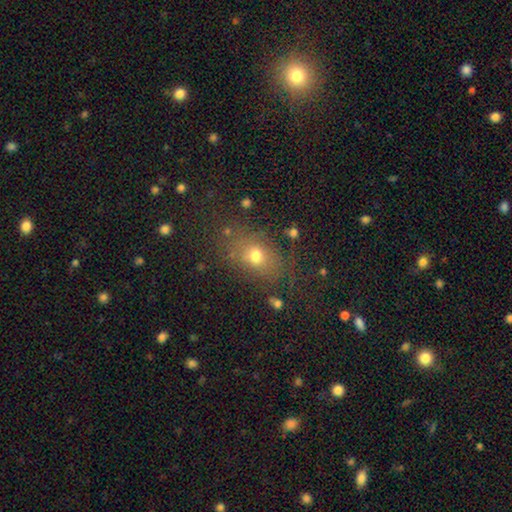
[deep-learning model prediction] Smooth or featured?
  - smooth: 69% *
  - star or artifact: 17%
  - featured or disk: 14%
How rounded?
  - in between: 64% *
  - round: 34%
  - cigar-shaped: 2%
Merging?
  - none: 73% *
  - minor disturbance: 15%
  - major disturbance: 8%
  - merger: 4%